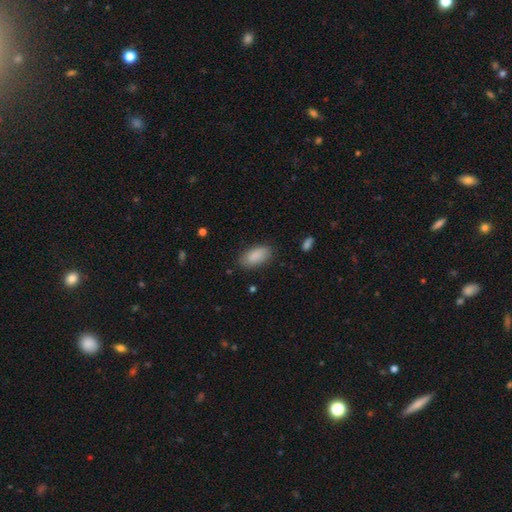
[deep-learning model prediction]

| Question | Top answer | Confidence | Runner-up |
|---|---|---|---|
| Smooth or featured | smooth | 88% | star or artifact (6%) |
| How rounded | in between | 93% | cigar-shaped (4%) |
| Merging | none | 81% | minor disturbance (14%) |